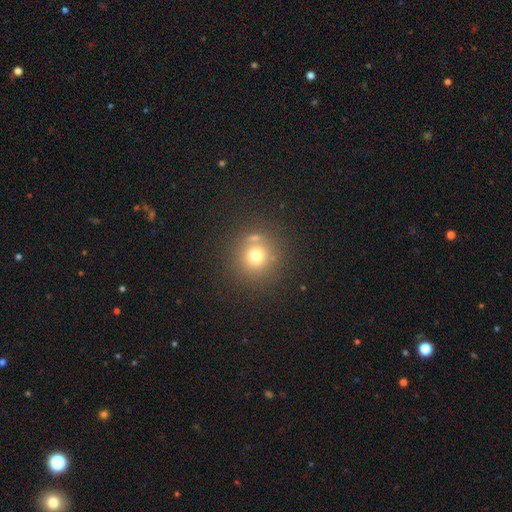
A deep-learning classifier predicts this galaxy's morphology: Smooth or featured?
  - smooth: 71% *
  - star or artifact: 18%
  - featured or disk: 11%
How rounded?
  - round: 92% *
  - in between: 7%
  - cigar-shaped: 1%
Merging?
  - none: 75% *
  - merger: 11%
  - minor disturbance: 10%
  - major disturbance: 4%